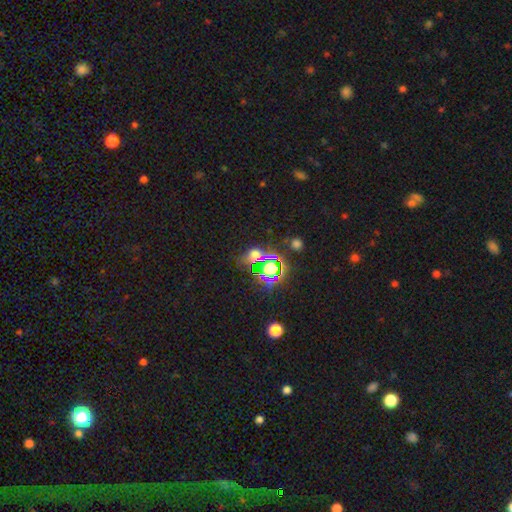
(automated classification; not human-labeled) smooth-or-featured: star or artifact: 59% | smooth: 31% | featured or disk: 10%